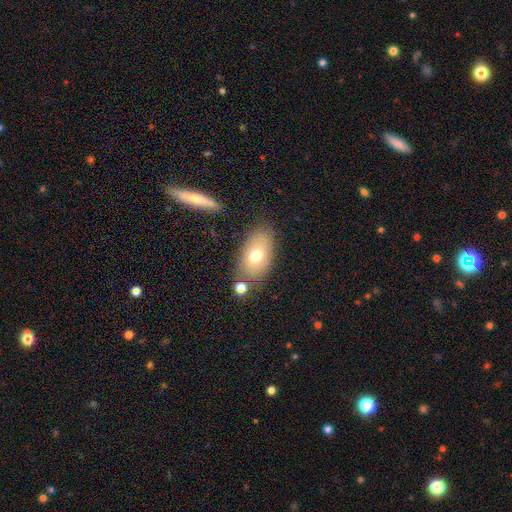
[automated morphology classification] Smooth or featured?
  - smooth: 69% *
  - featured or disk: 21%
  - star or artifact: 10%
How rounded?
  - in between: 88% *
  - round: 9%
  - cigar-shaped: 2%
Merging?
  - none: 75% *
  - minor disturbance: 13%
  - merger: 7%
  - major disturbance: 5%